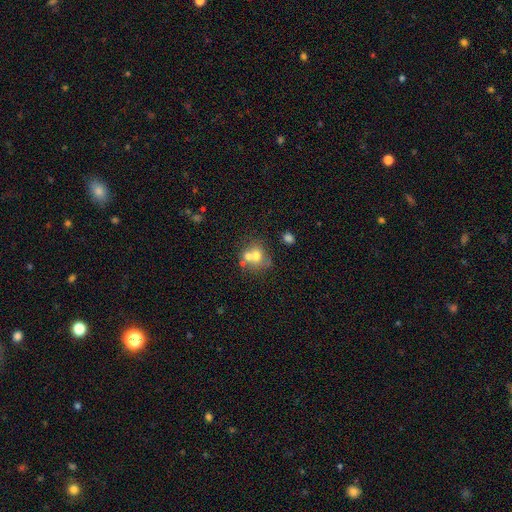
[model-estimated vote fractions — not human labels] Overall: smooth (64%). How rounded: round (76%). Merging: merger (47%; none 39%).